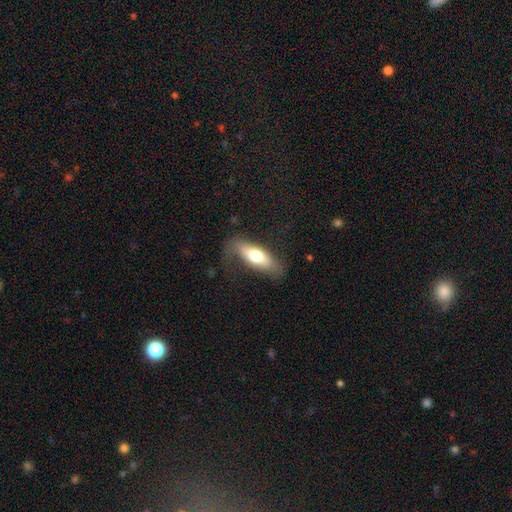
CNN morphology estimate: This is likely a smooth galaxy (62%). How rounded: likely in between (62%). Merging: likely none (63%).